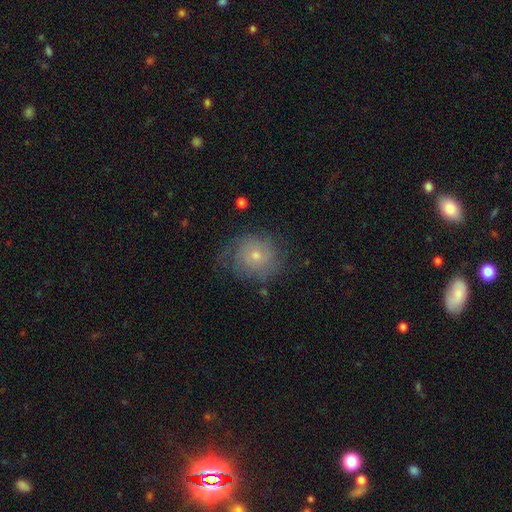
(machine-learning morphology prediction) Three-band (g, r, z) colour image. It shows a smooth galaxy with no disk features (47%). Merging: none (61%).